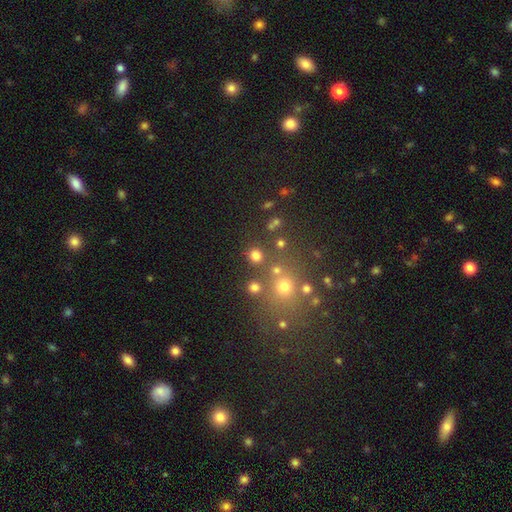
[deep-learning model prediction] Overall: smooth (76%). How rounded: round (90%). Merging: none (80%).